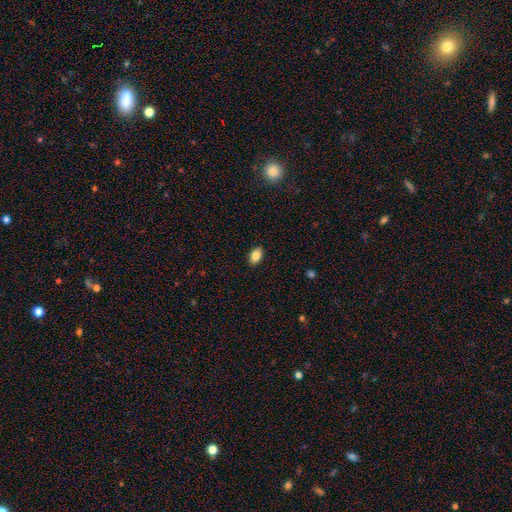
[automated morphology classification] A smooth galaxy with no disk features (85%) that is in between round and cigar-shaped (90%).

Vote fractions:
- Smooth or featured? smooth: 85% / star or artifact: 8% / featured or disk: 7%
- How rounded? in between: 90% / round: 8% / cigar-shaped: 2%
- Merging? none: 89% / minor disturbance: 8% / major disturbance: 2% / merger: 1%